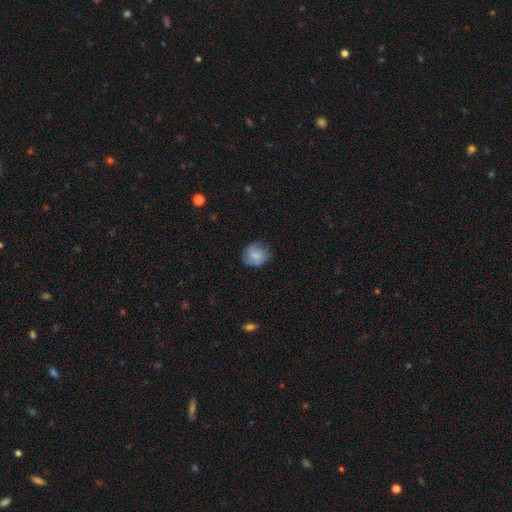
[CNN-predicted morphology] A smooth galaxy with no disk features (71%) that is round (73%). Merging: none (69%).